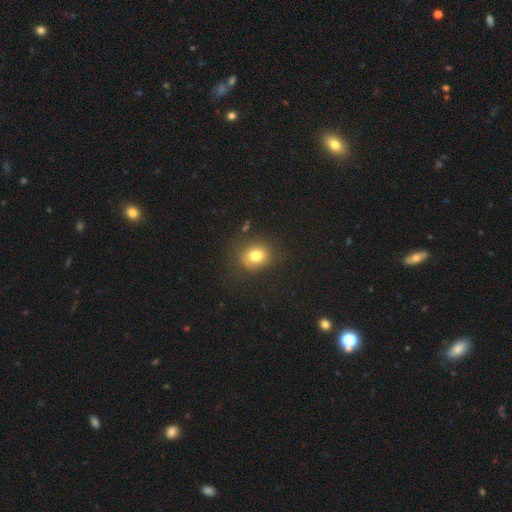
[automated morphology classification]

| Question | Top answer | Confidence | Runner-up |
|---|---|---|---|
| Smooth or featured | smooth | 76% | star or artifact (12%) |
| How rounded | round | 71% | in between (28%) |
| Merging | none | 74% | minor disturbance (17%) |